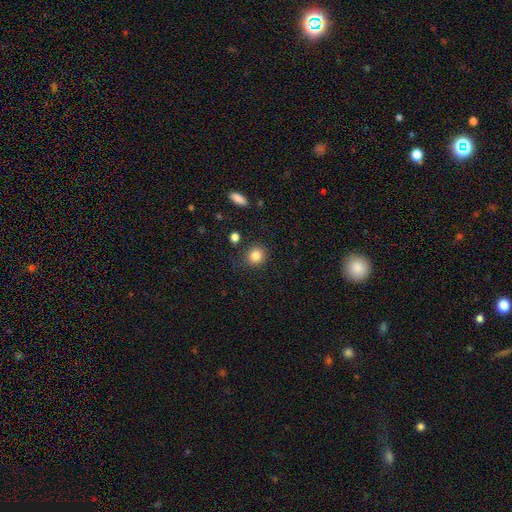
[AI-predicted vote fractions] Smooth or featured? smooth (85%)
How rounded? round (88%)
Merging? none (87%)